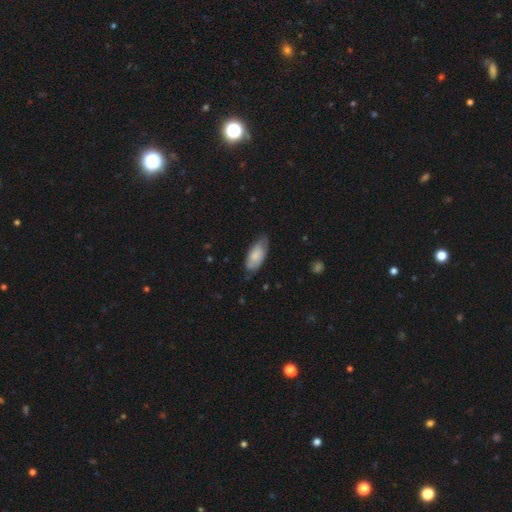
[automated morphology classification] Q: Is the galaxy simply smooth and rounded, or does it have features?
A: smooth — 75%.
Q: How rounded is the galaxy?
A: in between — 87%.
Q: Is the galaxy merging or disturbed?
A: none — 66%.